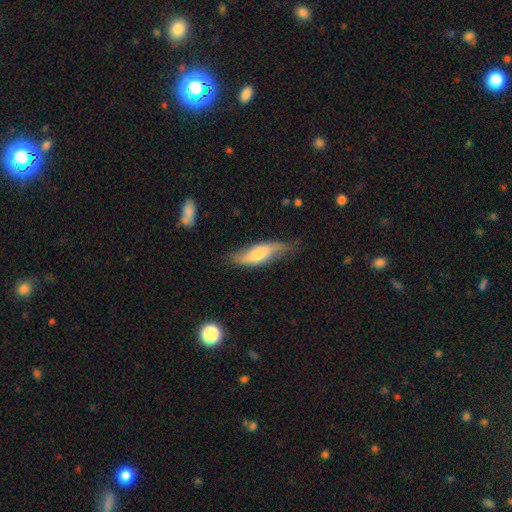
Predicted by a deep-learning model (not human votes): This appears to be a smooth galaxy with no disk features (51%) that is cigar-shaped (49%, tied with in between). Merging: none (65%).